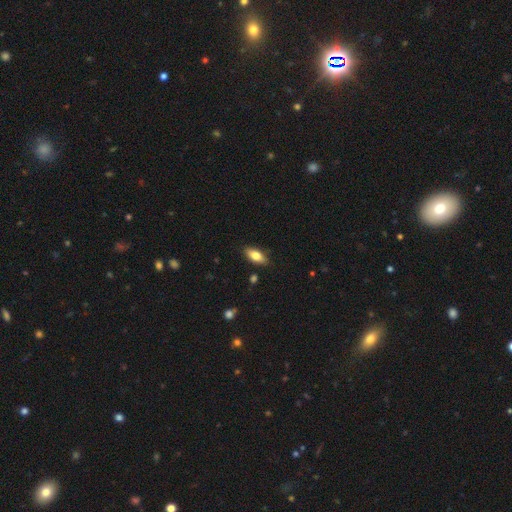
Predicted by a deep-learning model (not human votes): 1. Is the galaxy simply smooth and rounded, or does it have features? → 77% smooth, 16% featured or disk, 7% star or artifact.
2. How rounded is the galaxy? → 85% in between, 13% cigar-shaped, 3% round.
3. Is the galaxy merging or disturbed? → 86% none, 10% minor disturbance, 2% major disturbance, 1% merger.